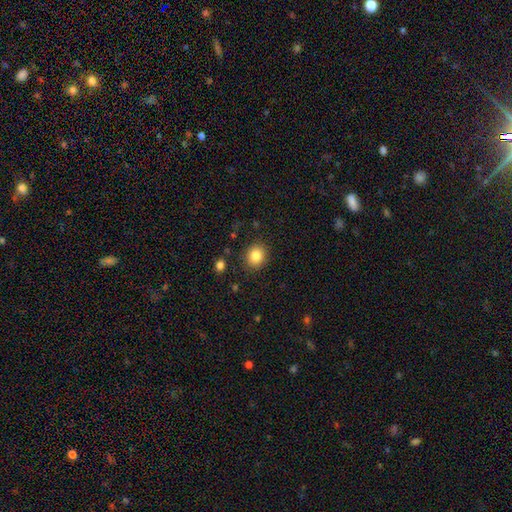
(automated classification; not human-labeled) smooth 84%, star or artifact 10%, featured or disk 6%. Down the decision tree: how rounded — round (75%); merging — none (88%).